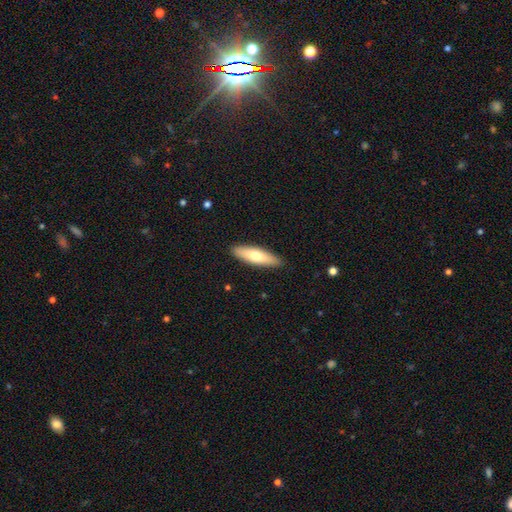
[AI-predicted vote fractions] smooth 68%, featured or disk 27%, star or artifact 5%. Down the decision tree: how rounded — cigar-shaped (60%); merging — none (90%).